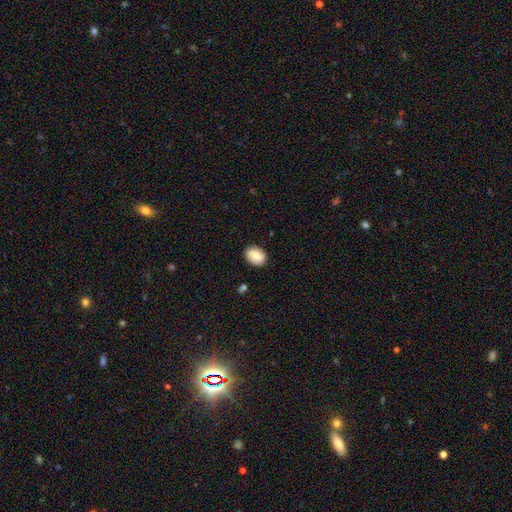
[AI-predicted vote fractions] The model was most divided on "how rounded": in between: 69%, round: 30%, cigar-shaped: 1%. More confident: merging — none (87%); smooth or featured — smooth (77%).